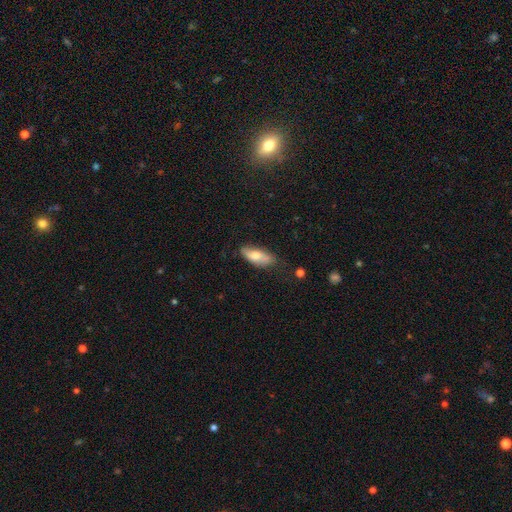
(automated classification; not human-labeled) Morphology: type=smooth (68%); roundness=in between (79%); merging=none (64%).